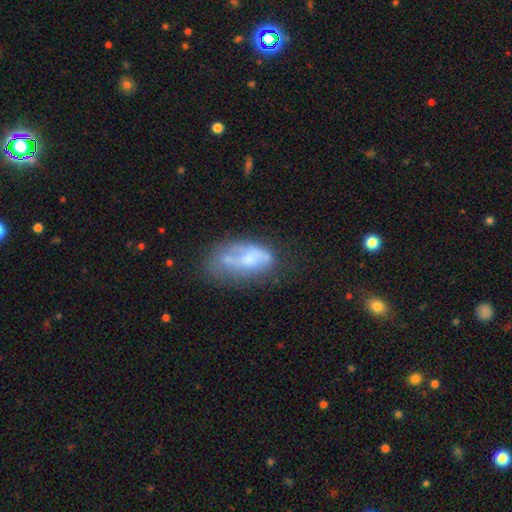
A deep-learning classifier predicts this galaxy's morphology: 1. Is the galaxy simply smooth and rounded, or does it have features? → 47% smooth, 43% featured or disk, 10% star or artifact.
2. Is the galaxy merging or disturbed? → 30% major disturbance, 28% none, 24% minor disturbance, 19% merger.